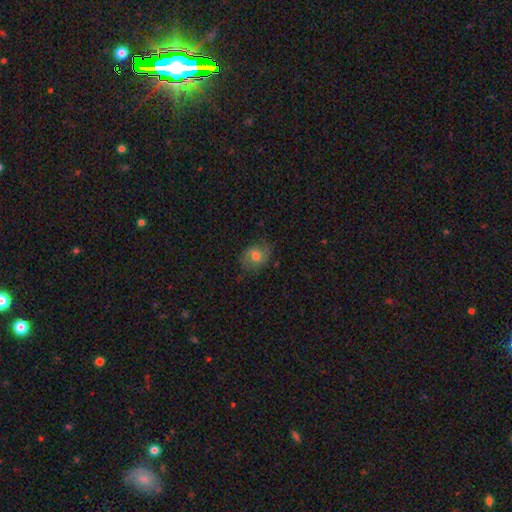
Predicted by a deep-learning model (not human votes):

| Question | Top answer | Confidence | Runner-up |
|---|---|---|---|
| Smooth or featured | smooth | 57% | featured or disk (34%) |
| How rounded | round | 54% | in between (45%) |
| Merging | none | 67% | minor disturbance (23%) |